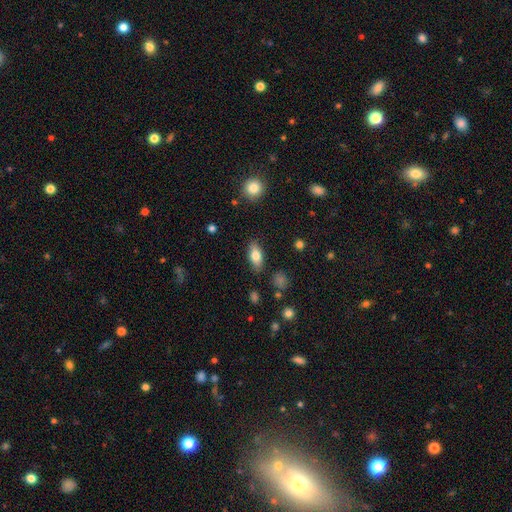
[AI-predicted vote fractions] A smooth galaxy with no disk features (77%) that is in between round and cigar-shaped (84%). Merging: none (85%).